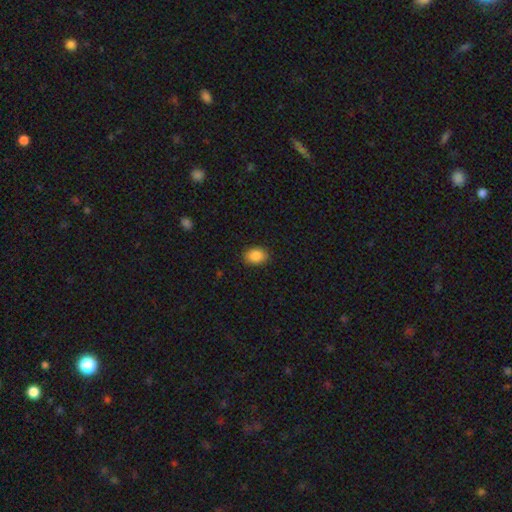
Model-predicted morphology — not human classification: smooth 87%, star or artifact 8%, featured or disk 4%. Down the decision tree: how rounded — in between (67%); merging — none (88%).